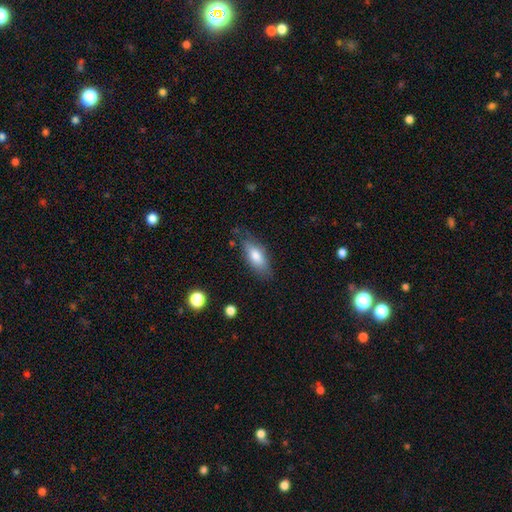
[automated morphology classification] Q: Smooth or featured?
A: smooth (74%); runner-up: featured or disk (19%)
Q: How rounded?
A: in between (75%); runner-up: cigar-shaped (22%)
Q: Merging?
A: none (74%); runner-up: minor disturbance (19%)